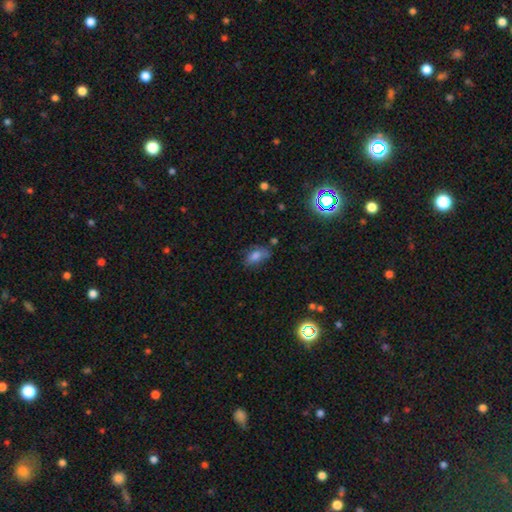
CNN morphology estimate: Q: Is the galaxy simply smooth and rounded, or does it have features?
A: smooth — 71%.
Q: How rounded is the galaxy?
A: in between — 86%.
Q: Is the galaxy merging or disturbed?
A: none — 57%.